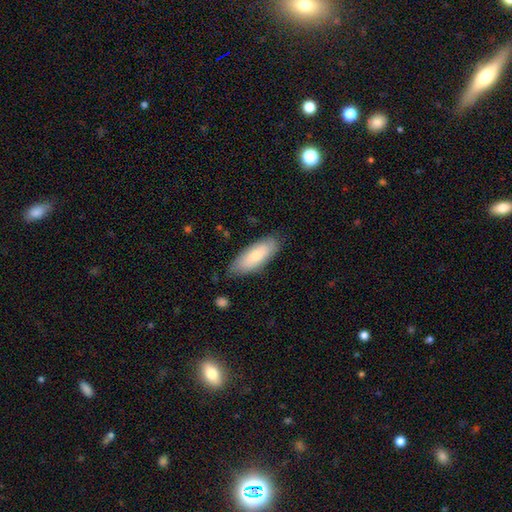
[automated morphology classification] This appears to be a smooth galaxy with no disk features (75%) that is in between round and cigar-shaped (74%). Merging: none (78%).